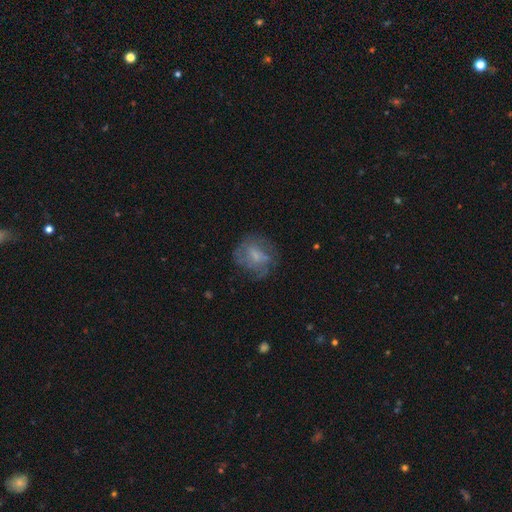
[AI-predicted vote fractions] This is possibly a featured or disk galaxy (46%). Merging: likely none (61%).